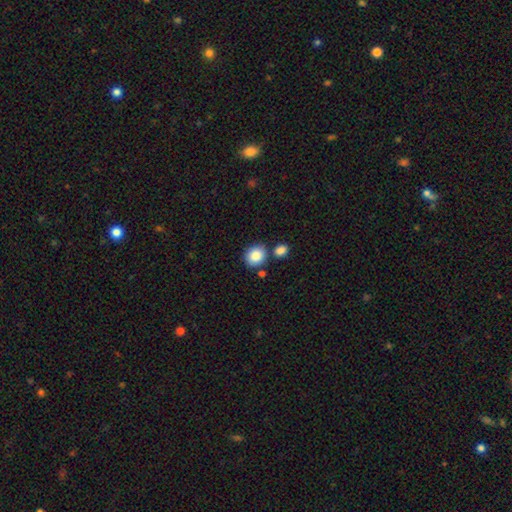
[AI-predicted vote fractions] Morphology: type=smooth (86%); roundness=round (72%); merging=none (71%).